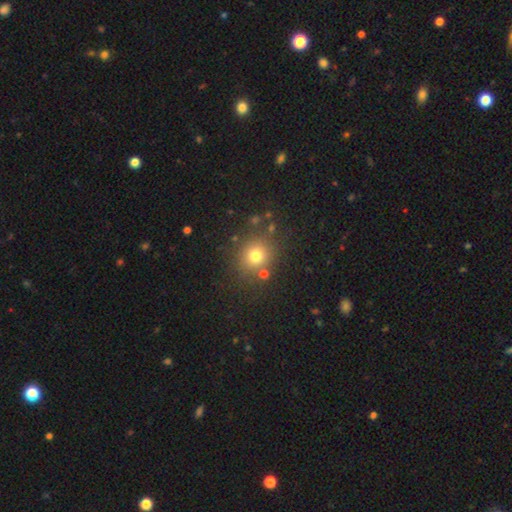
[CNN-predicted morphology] Overall: smooth (74%). How rounded: round (86%). Merging: none (80%).